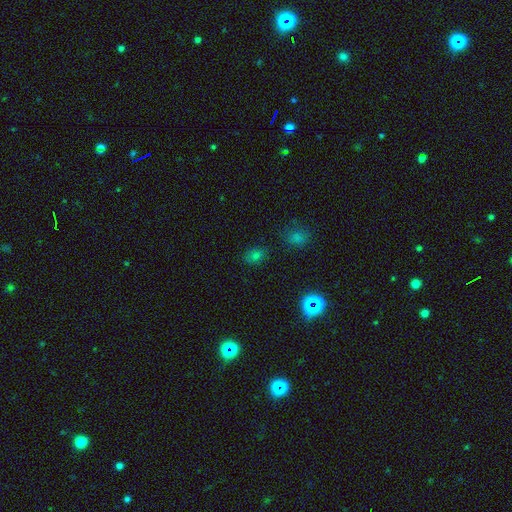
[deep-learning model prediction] smooth 64%, star or artifact 27%, featured or disk 8%. Down the decision tree: how rounded — in between (61%); merging — none (81%).